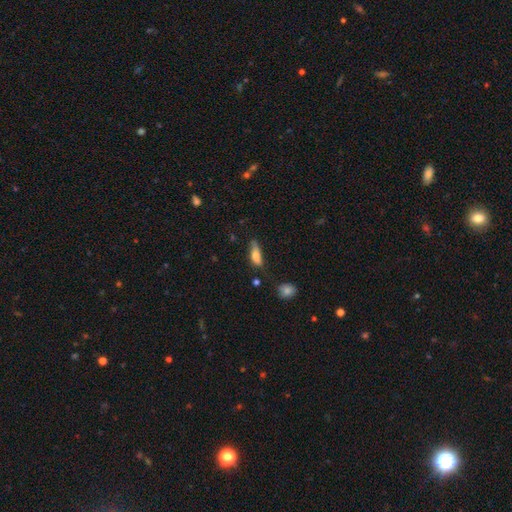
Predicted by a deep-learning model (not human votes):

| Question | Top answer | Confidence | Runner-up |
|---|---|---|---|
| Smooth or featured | smooth | 70% | featured or disk (22%) |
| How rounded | in between | 64% | cigar-shaped (33%) |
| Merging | none | 47% | minor disturbance (36%) |